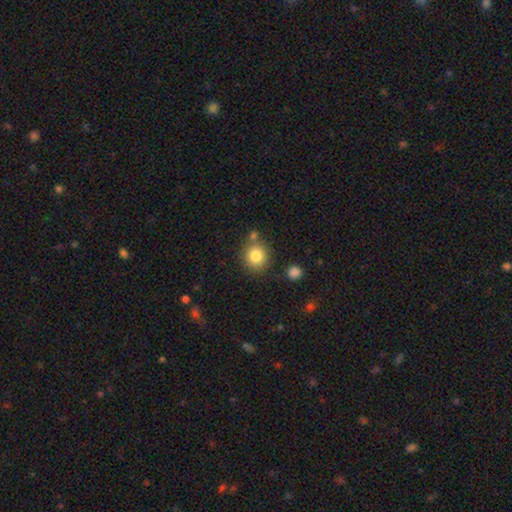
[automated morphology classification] Smooth or featured?
  - smooth: 82% *
  - star or artifact: 10%
  - featured or disk: 7%
How rounded?
  - round: 88% *
  - in between: 11%
  - cigar-shaped: 1%
Merging?
  - none: 75% *
  - merger: 12%
  - minor disturbance: 10%
  - major disturbance: 3%